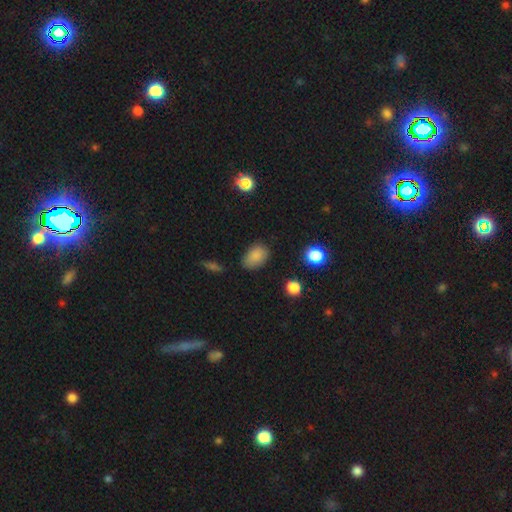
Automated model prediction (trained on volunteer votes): The model was most divided on "merging": none: 75%, minor disturbance: 19%, major disturbance: 4%, merger: 2%. More confident: how rounded — in between (86%); smooth or featured — smooth (84%).